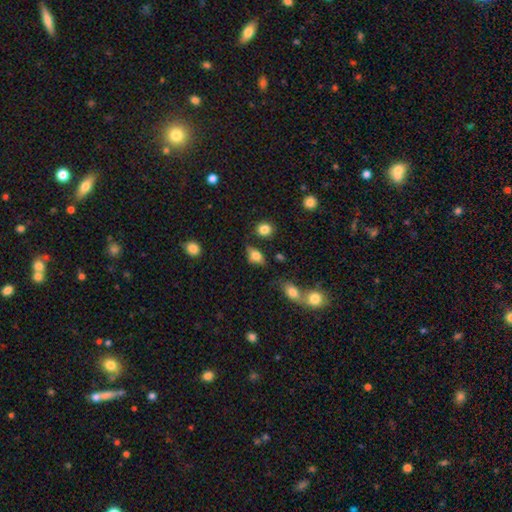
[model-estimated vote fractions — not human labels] smooth_or_featured: smooth (p=0.73) [alt: featured or disk p=0.17]
how_rounded: in between (p=0.77) [alt: round p=0.18]
merging: none (p=0.63) [alt: minor disturbance p=0.23]